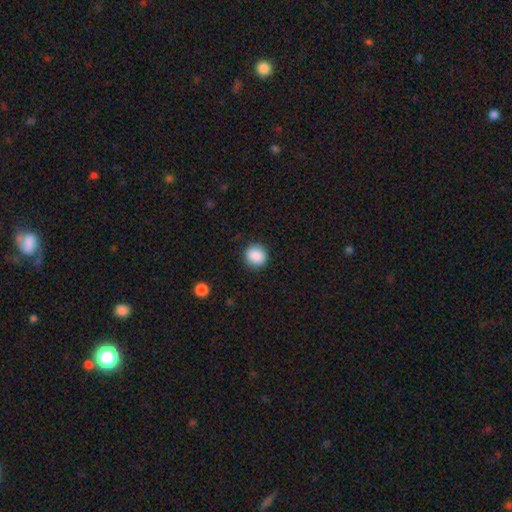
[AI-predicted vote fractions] The model was most divided on "how rounded": round: 88%, in between: 11%, cigar-shaped: 1%. More confident: merging — none (89%); smooth or featured — smooth (88%).